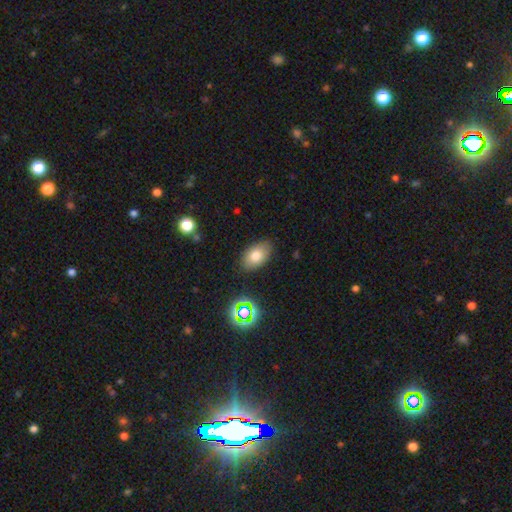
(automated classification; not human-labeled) Q: Smooth or featured?
A: smooth (76%); runner-up: featured or disk (12%)
Q: How rounded?
A: in between (89%); runner-up: round (9%)
Q: Merging?
A: none (84%); runner-up: minor disturbance (12%)